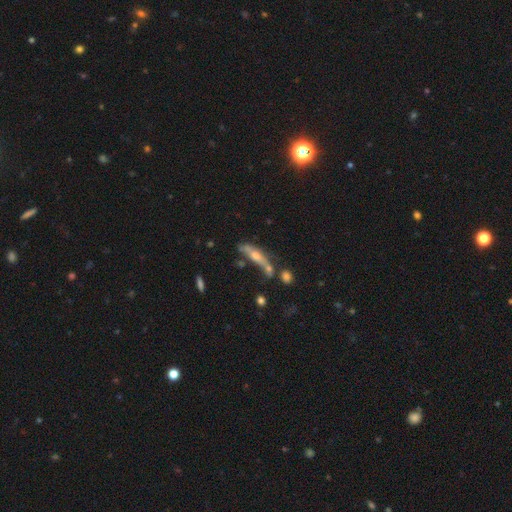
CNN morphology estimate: Smooth or featured: featured or disk — 54% (smooth — 33%)
Edge-on disk: yes — 70% (no — 30%)
Merging: none — 37% (merger — 28%)